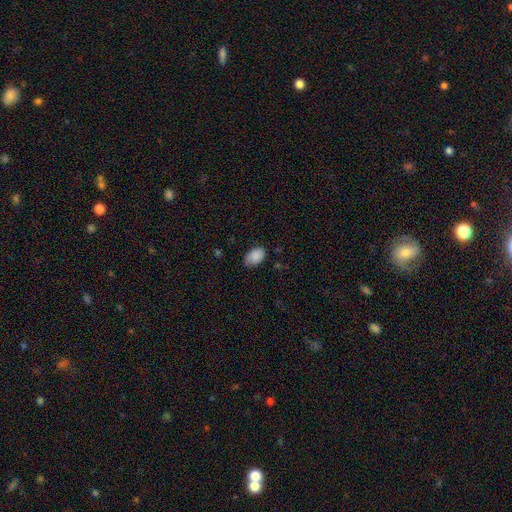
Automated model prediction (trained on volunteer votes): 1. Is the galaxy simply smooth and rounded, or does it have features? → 88% smooth, 7% star or artifact, 5% featured or disk.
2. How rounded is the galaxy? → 90% in between, 8% round, 1% cigar-shaped.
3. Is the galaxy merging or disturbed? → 70% none, 24% minor disturbance, 4% major disturbance, 1% merger.